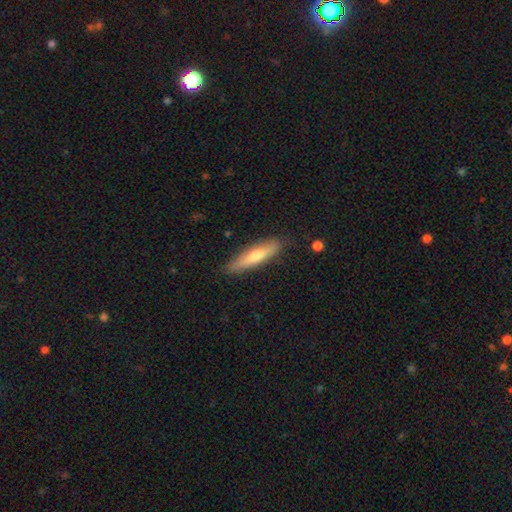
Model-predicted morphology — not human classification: This appears to be a smooth galaxy with no disk features (57%) that is cigar-shaped (83%). Merging: none (87%).